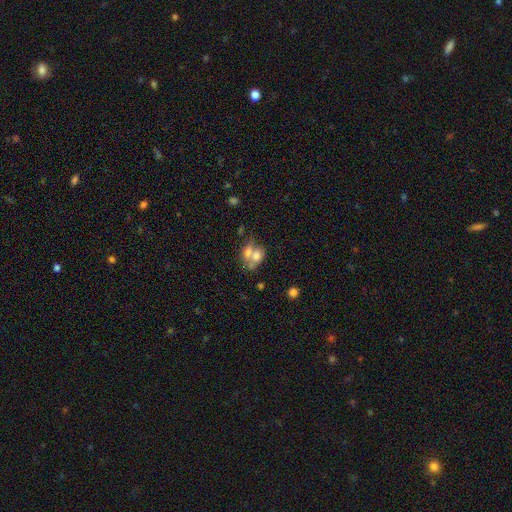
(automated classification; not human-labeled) Q: Smooth or featured?
A: smooth (64%); runner-up: featured or disk (26%)
Q: How rounded?
A: in between (64%); runner-up: round (34%)
Q: Merging?
A: merger (66%); runner-up: none (20%)